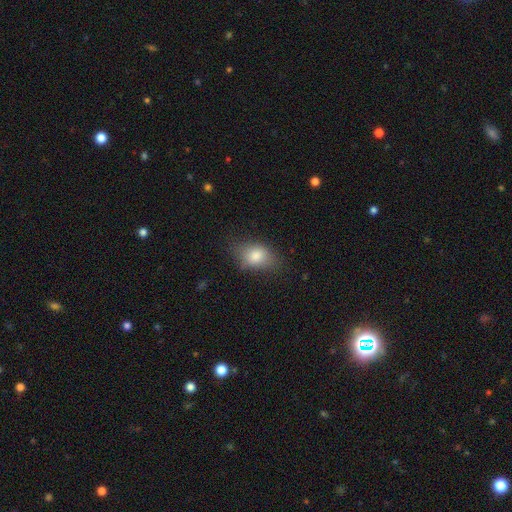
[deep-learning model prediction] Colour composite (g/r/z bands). It shows a smooth galaxy with no disk features (80%) that is in between round and cigar-shaped (79%). Merging: none (66%).